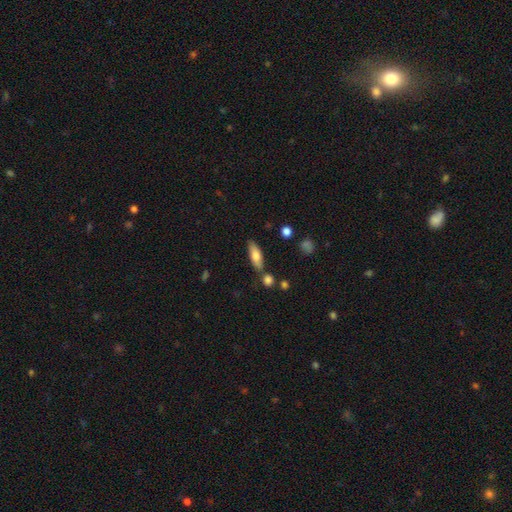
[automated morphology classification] This appears to be a smooth galaxy with no disk features (72%) that is in between round and cigar-shaped (53%). Merging: none (74%).